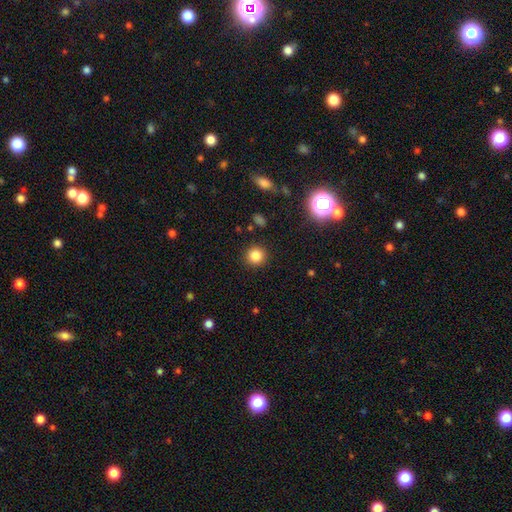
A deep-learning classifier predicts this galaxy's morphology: Smooth or featured: smooth — 84% (star or artifact — 12%)
How rounded: round — 93% (in between — 7%)
Merging: none — 91% (minor disturbance — 6%)